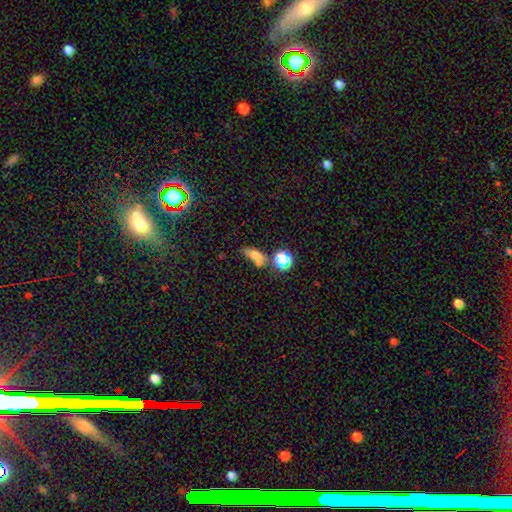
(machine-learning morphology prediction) type=smooth (66%); roundness=in between (65%); merging=none (49%).